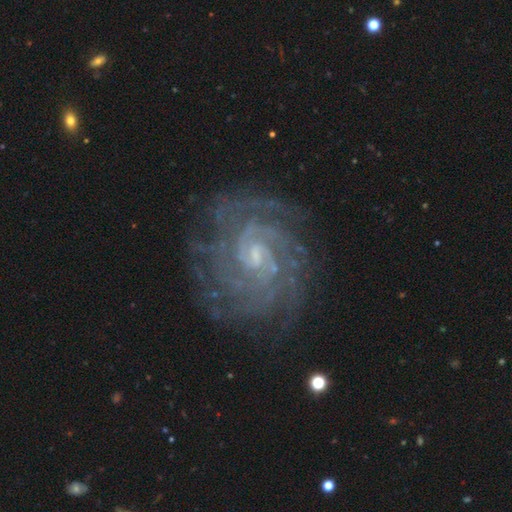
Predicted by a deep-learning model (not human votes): The model was most divided on "spiral arm count": 2: 25%, can't tell: 23%, 3: 17%, 4: 17%, more than 4: 10%, 1: 8%. Remaining: spiral arms — yes (98%); edge-on disk — no (98%); smooth or featured — featured or disk (90%); merging — none (79%); spiral winding — tight (76%); bulge size — small (65%); bar — weak (48%).